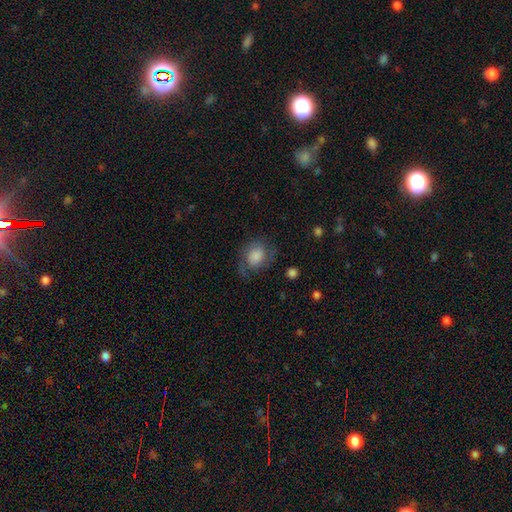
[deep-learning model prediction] smooth_or_featured: smooth (p=0.45) [alt: featured or disk p=0.44]
merging: none (p=0.64) [alt: minor disturbance p=0.21]